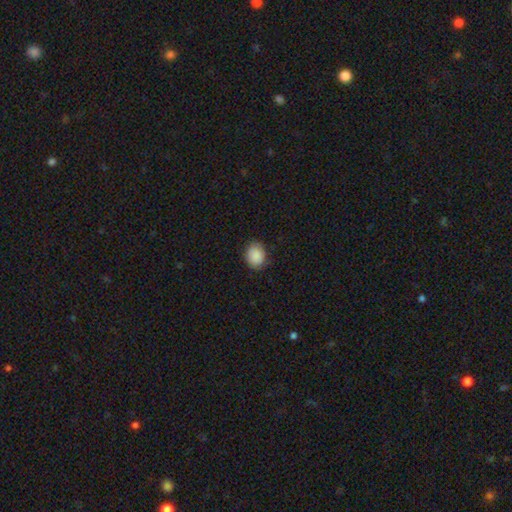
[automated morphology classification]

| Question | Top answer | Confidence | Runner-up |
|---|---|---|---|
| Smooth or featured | smooth | 89% | star or artifact (7%) |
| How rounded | round | 64% | in between (35%) |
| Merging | none | 84% | minor disturbance (13%) |